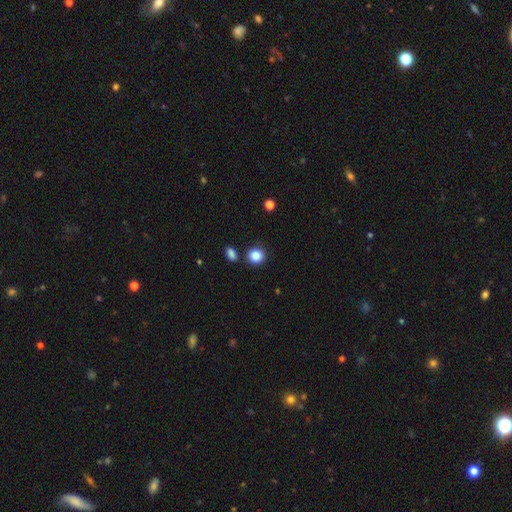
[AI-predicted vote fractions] This appears to be a smooth galaxy with no disk features (87%) that is round (81%). Merging: none (81%).